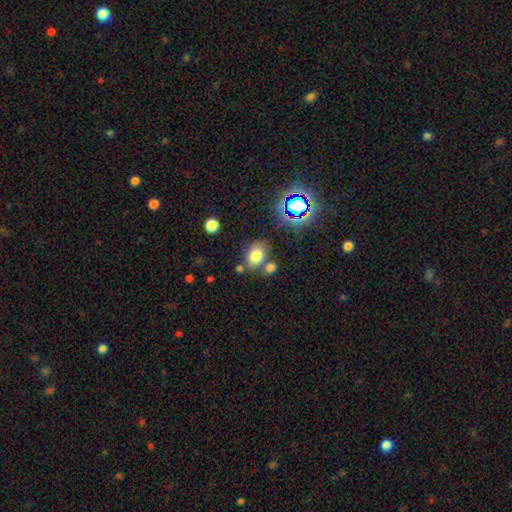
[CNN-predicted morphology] type=smooth (74%); roundness=in between (63%); merging=none (66%).